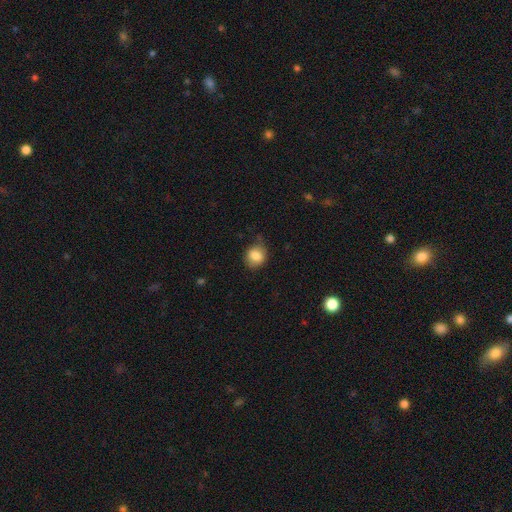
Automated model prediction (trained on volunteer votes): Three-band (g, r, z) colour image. It shows a smooth galaxy with no disk features (82%) that is round (70%). Merging: none (69%).